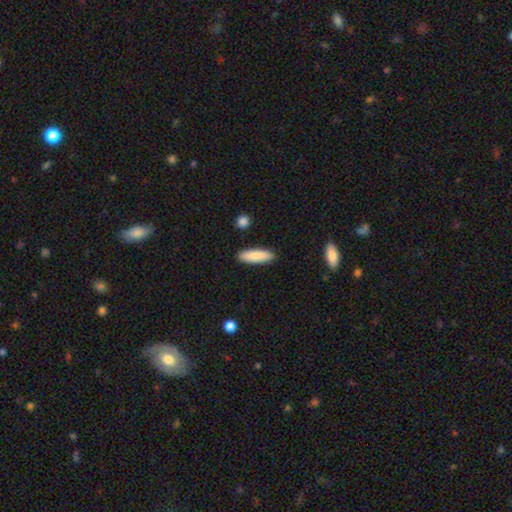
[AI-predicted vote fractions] This appears to be a smooth galaxy with no disk features (87%) that is cigar-shaped (53%). Merging: none (89%).